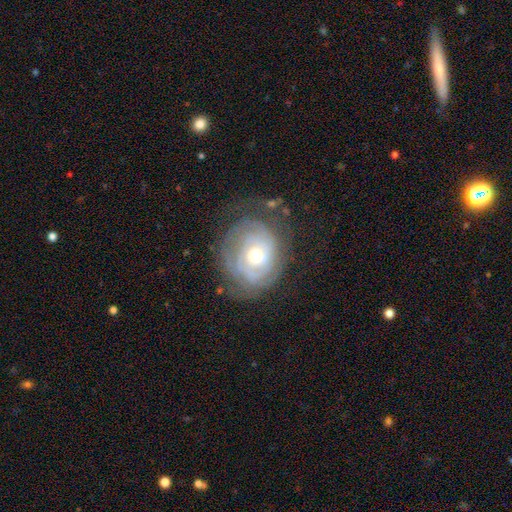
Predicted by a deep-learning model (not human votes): smooth_or_featured: featured or disk (p=0.73) [alt: smooth p=0.19]
disk_edge_on: no (p=0.97) [alt: yes p=0.03]
bar: no (p=0.80) [alt: weak p=0.16]
has_spiral_arms: yes (p=0.82) [alt: no p=0.18]
spiral_winding: tight (p=0.76) [alt: medium p=0.18]
spiral_arm_count: can't tell (p=0.52) [alt: 2 p=0.19]
bulge_size: moderate (p=0.56) [alt: small p=0.39]
merging: none (p=0.64) [alt: minor disturbance p=0.21]